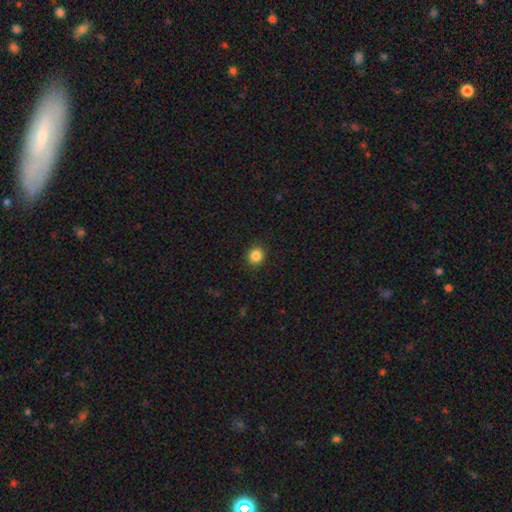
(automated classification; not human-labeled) Q: Smooth or featured?
A: smooth (86%); runner-up: star or artifact (11%)
Q: How rounded?
A: round (88%); runner-up: in between (11%)
Q: Merging?
A: none (91%); runner-up: minor disturbance (6%)